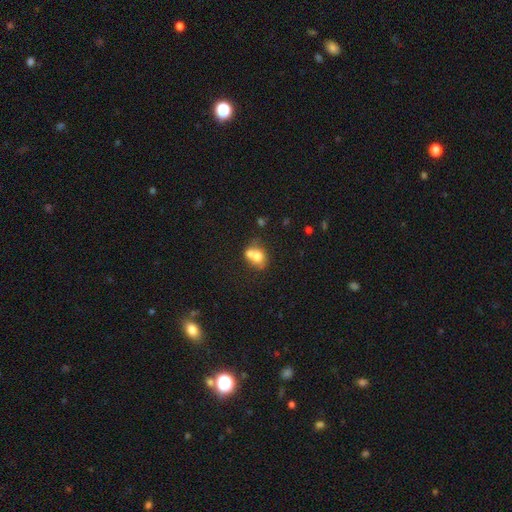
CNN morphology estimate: smooth-or-featured: smooth: 68% | featured or disk: 22% | star or artifact: 10%
  how-rounded: round: 54% | in between: 45% | cigar-shaped: 1%
  merging: merger: 58% | none: 28% | minor disturbance: 9% | major disturbance: 5%